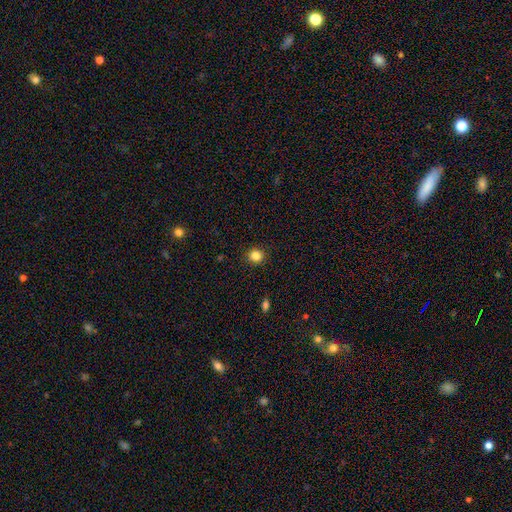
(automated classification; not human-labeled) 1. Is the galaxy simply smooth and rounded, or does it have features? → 84% smooth, 12% star or artifact, 4% featured or disk.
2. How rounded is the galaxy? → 90% round, 9% in between, 1% cigar-shaped.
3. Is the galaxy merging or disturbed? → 92% none, 5% minor disturbance, 2% major disturbance, 1% merger.